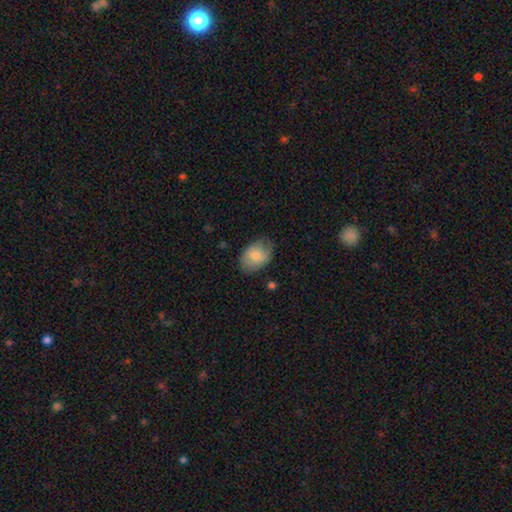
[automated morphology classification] A smooth galaxy with no disk features (77%) that is in between round and cigar-shaped (80%). Merging: none (70%).